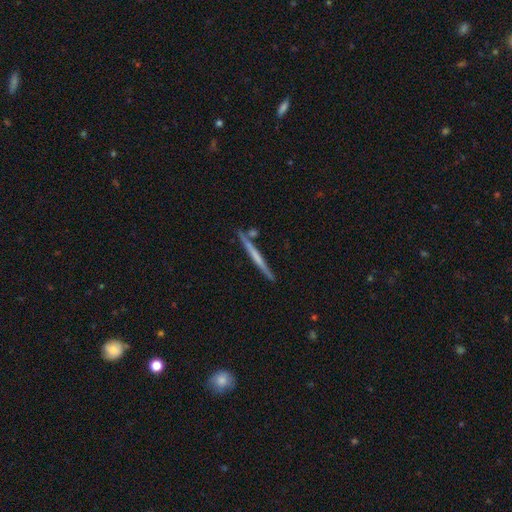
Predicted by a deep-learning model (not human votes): Smooth or featured: featured or disk — 54% (smooth — 40%)
Edge-on disk: yes — 97% (no — 3%)
Edge-on bulge: none — 76% (rounded — 15%)
Merging: none — 83% (minor disturbance — 9%)